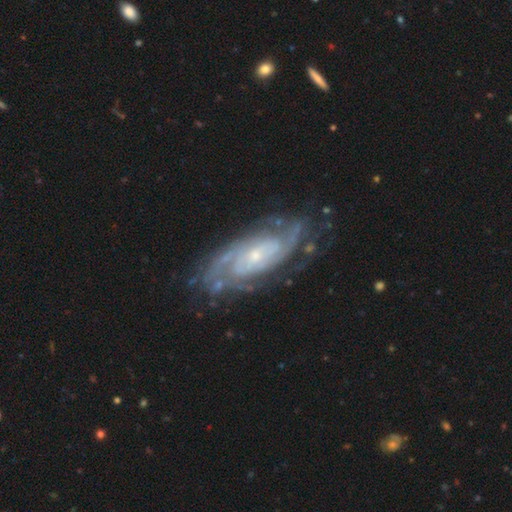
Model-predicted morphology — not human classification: featured or disk 89%, star or artifact 5%, smooth 5%. Down the decision tree: edge-on disk — no (94%); bar — no (65%); spiral arms — yes (97%); spiral arm count — 2 (37%); spiral winding — tight (63%); bulge size — small (73%); merging — none (74%).